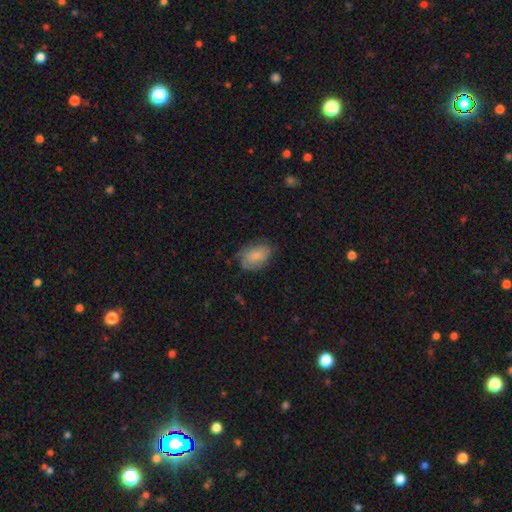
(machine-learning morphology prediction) This appears to be a smooth galaxy with no disk features (75%) that is in between round and cigar-shaped (85%). Merging: none (63%).